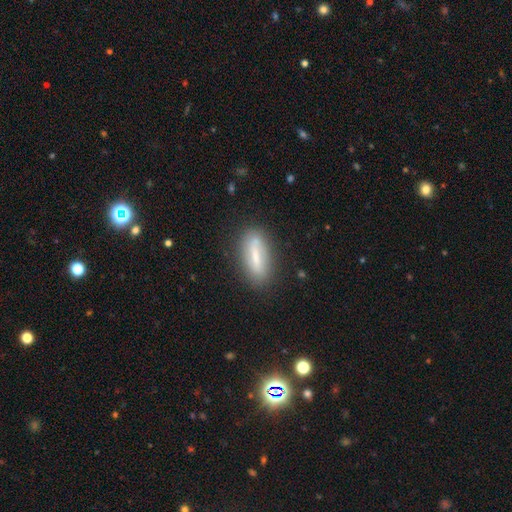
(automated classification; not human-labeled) A smooth galaxy with no disk features (55%) that is cigar-shaped (54%). Merging: none (80%).